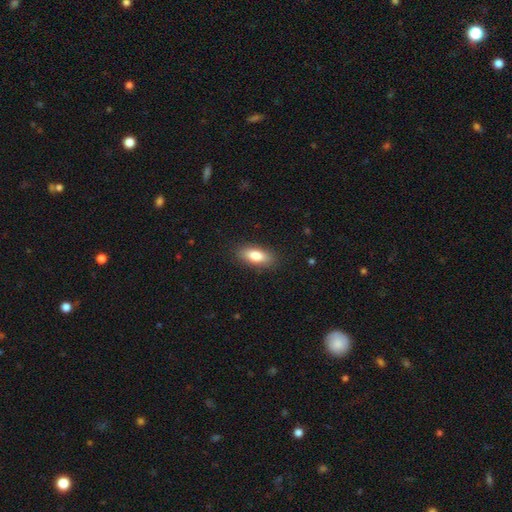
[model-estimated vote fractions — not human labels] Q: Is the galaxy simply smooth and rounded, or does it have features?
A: smooth — 82%.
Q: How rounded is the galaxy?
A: in between — 80%.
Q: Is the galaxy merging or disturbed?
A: none — 87%.